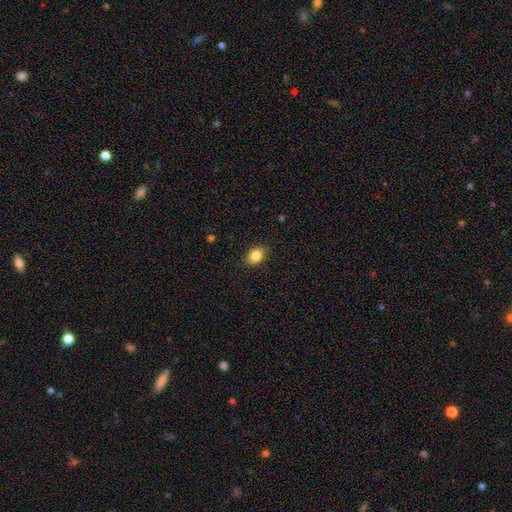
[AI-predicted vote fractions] This is clearly a smooth galaxy (84%). How rounded: likely in between (75%). Merging: clearly none (88%).